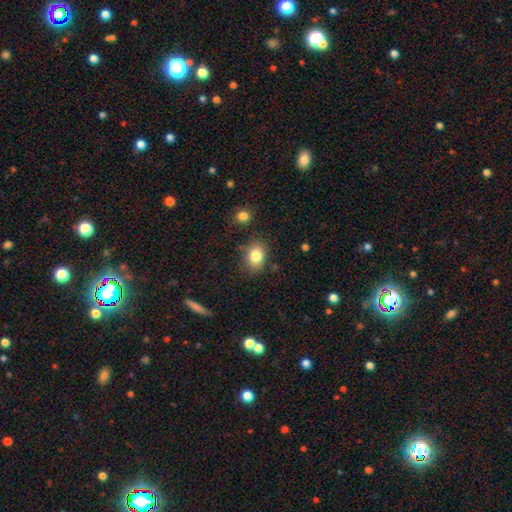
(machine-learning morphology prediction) This appears to be a smooth galaxy with no disk features (82%) that is in between round and cigar-shaped (71%). Merging: none (78%).